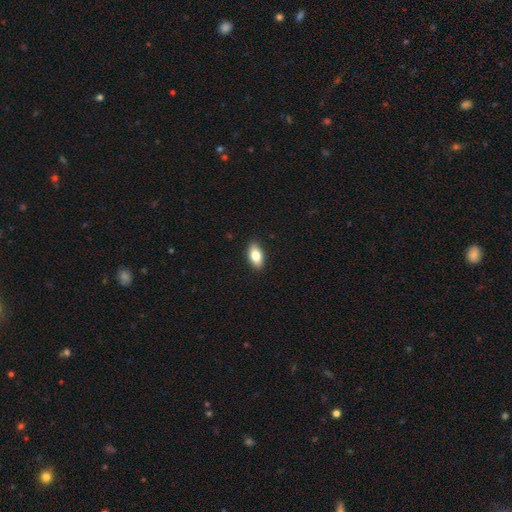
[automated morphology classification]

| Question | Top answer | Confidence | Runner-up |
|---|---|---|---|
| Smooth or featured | smooth | 80% | featured or disk (13%) |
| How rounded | in between | 90% | cigar-shaped (6%) |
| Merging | none | 89% | minor disturbance (8%) |